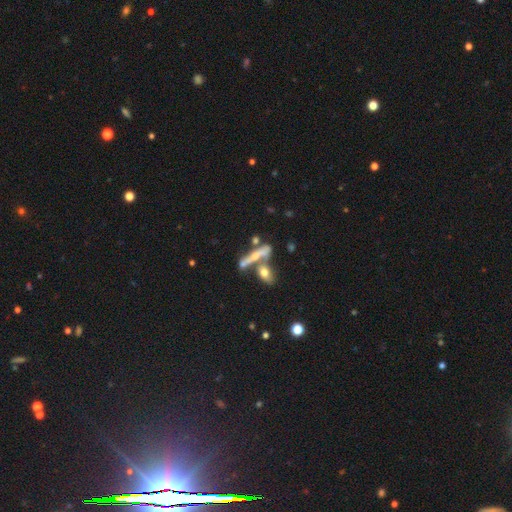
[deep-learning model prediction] Smooth or featured: featured or disk — 48% (smooth — 40%)
Merging: merger — 41% (none — 36%)